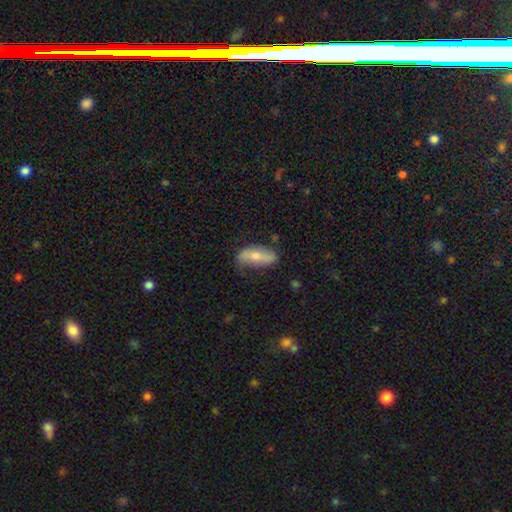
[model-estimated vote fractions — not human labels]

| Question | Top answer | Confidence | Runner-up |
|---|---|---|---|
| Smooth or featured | smooth | 54% | featured or disk (39%) |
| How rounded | in between | 72% | cigar-shaped (25%) |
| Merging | none | 68% | minor disturbance (24%) |